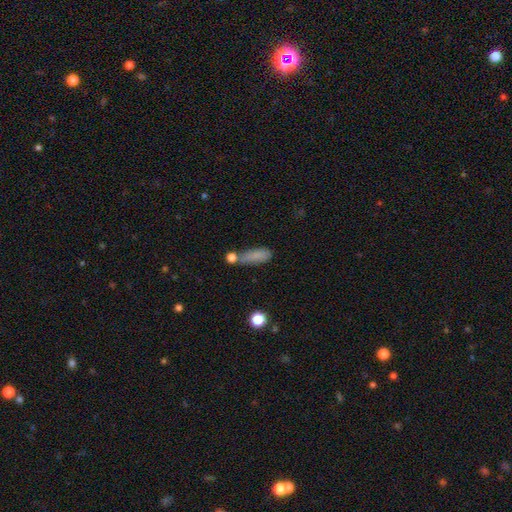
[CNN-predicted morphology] A smooth galaxy with no disk features (77%) that is in between round and cigar-shaped (55%).

Vote fractions:
- Smooth or featured? smooth: 77% / featured or disk: 12% / star or artifact: 11%
- How rounded? in between: 55% / cigar-shaped: 40% / round: 4%
- Merging? none: 45% / minor disturbance: 23% / merger: 22% / major disturbance: 11%